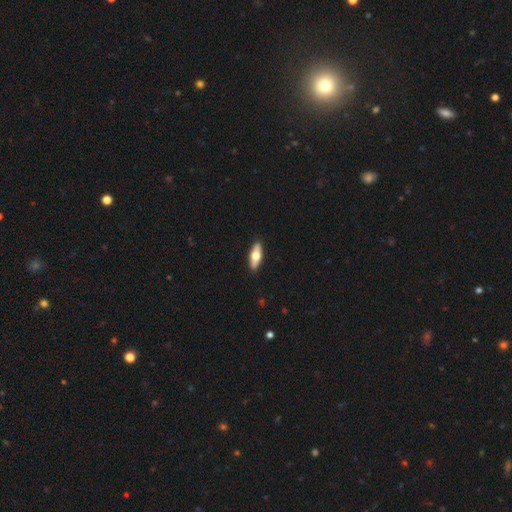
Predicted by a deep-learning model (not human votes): A smooth galaxy with no disk features (56%) that is in between round and cigar-shaped (59%). Merging: none (91%).